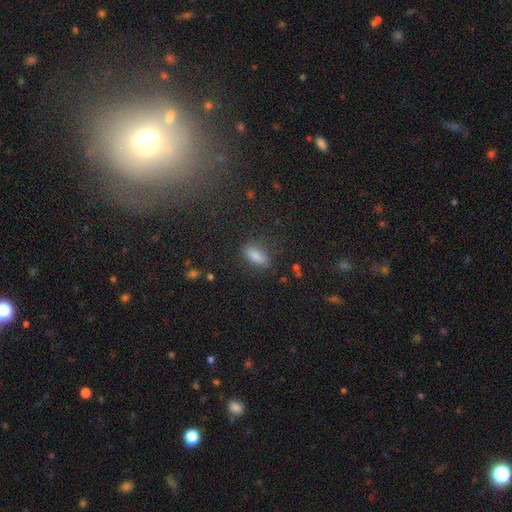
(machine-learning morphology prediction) Overall: smooth (78%). How rounded: in between (72%). Merging: none (81%).